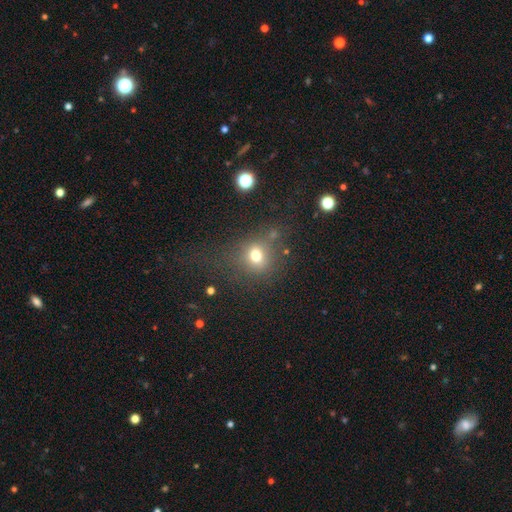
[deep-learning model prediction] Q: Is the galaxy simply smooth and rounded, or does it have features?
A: smooth — 71%.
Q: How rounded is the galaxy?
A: round — 77%.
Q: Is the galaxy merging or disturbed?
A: none — 66%.